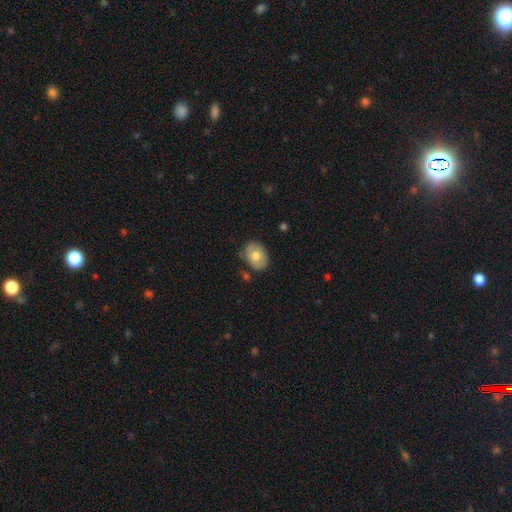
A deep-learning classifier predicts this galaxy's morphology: type=smooth (66%); roundness=in between (70%); merging=none (73%).